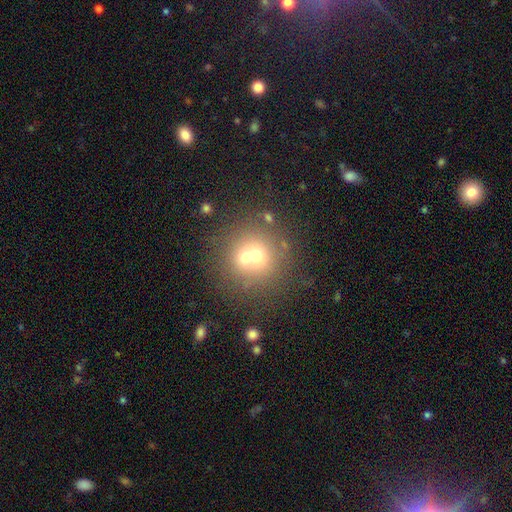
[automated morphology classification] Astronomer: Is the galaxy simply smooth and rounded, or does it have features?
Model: smooth — 61%.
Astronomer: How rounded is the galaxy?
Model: round — 90%.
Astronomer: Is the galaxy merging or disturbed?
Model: merger — 46% (runner-up: none, 43%).